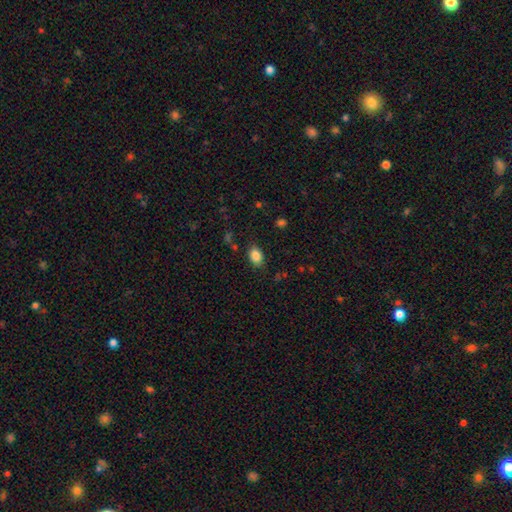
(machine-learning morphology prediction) A smooth galaxy with no disk features (85%) that is in between round and cigar-shaped (81%). Merging: none (82%).